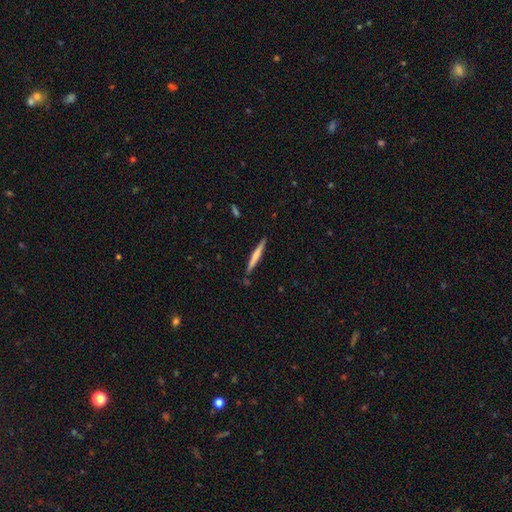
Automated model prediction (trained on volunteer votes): Overall: smooth (55%; featured or disk 40%). How rounded: cigar-shaped (96%). Merging: none (85%).